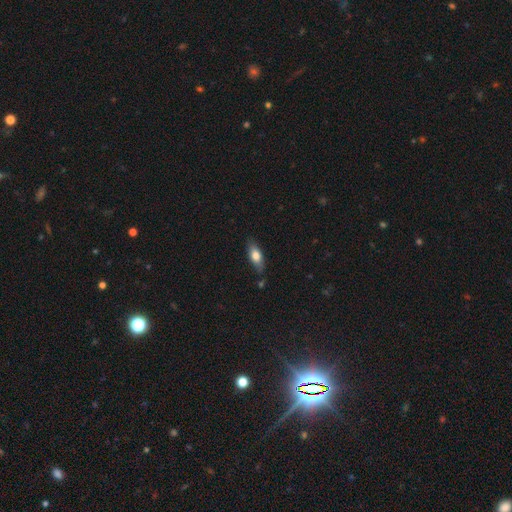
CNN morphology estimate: smooth_or_featured: smooth (p=0.72) [alt: featured or disk p=0.21]
how_rounded: in between (p=0.75) [alt: cigar-shaped p=0.21]
merging: none (p=0.78) [alt: minor disturbance p=0.16]